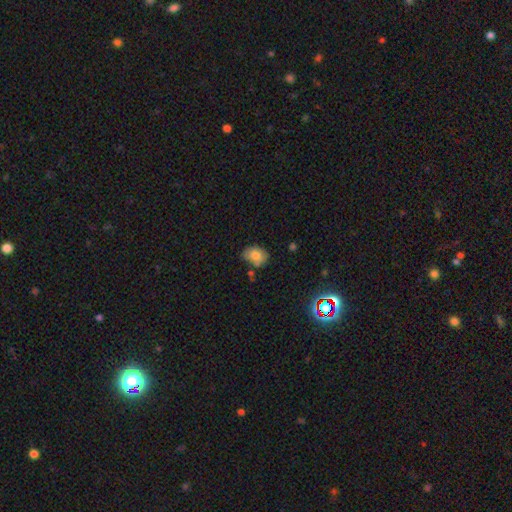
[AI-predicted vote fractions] Q: Smooth or featured?
A: smooth (78%); runner-up: featured or disk (12%)
Q: How rounded?
A: in between (70%); runner-up: round (29%)
Q: Merging?
A: none (59%); runner-up: minor disturbance (28%)